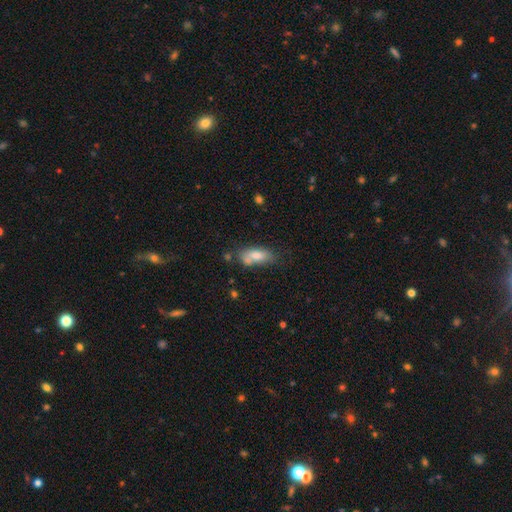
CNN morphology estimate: A smooth galaxy with no disk features (75%) that is in between round and cigar-shaped (81%). Merging: none (48%).